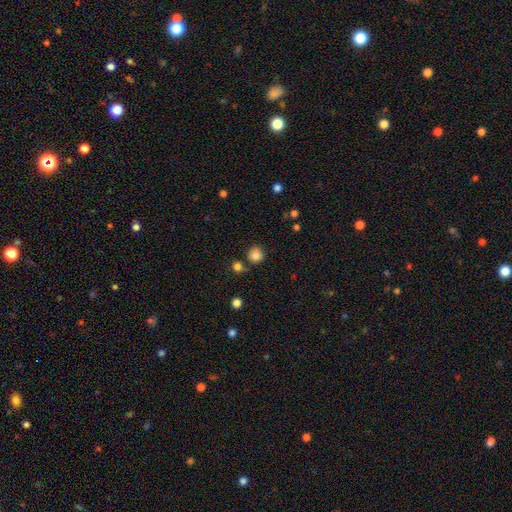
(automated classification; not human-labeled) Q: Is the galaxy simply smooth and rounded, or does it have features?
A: smooth — 83%.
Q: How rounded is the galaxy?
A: round — 92%.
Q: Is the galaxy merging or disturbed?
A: none — 77%.